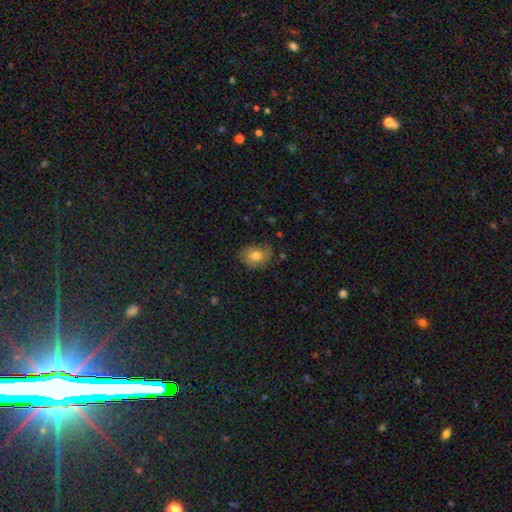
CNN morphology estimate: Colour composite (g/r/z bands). It shows a smooth galaxy with no disk features (73%) that is in between round and cigar-shaped (66%). Merging: none (69%).